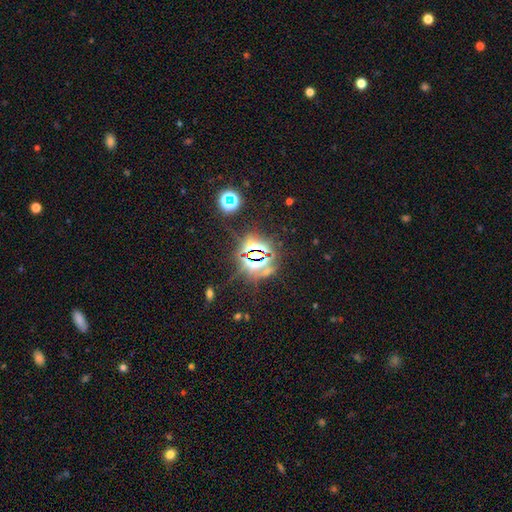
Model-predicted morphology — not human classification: smooth_or_featured: star or artifact (p=0.81) [alt: smooth p=0.11]